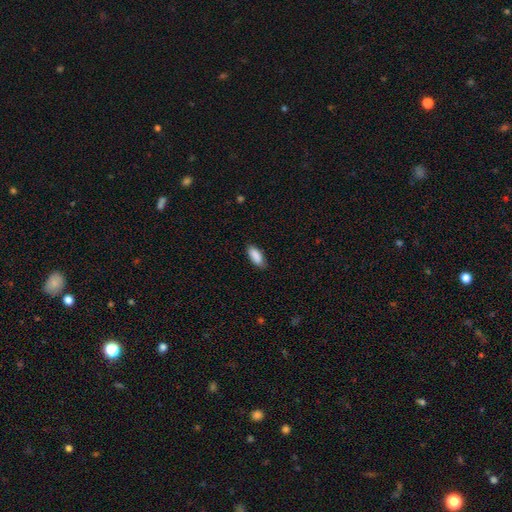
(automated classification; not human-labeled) Overall: smooth (90%). How rounded: in between (85%). Merging: none (83%).